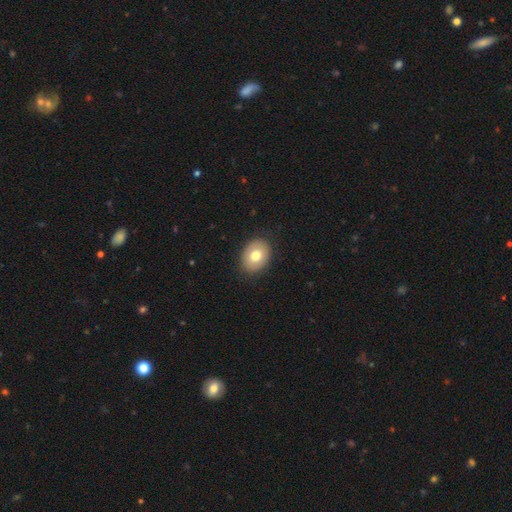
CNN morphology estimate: Smooth or featured: smooth — 74% (featured or disk — 18%)
How rounded: in between — 62% (round — 37%)
Merging: none — 87% (minor disturbance — 10%)